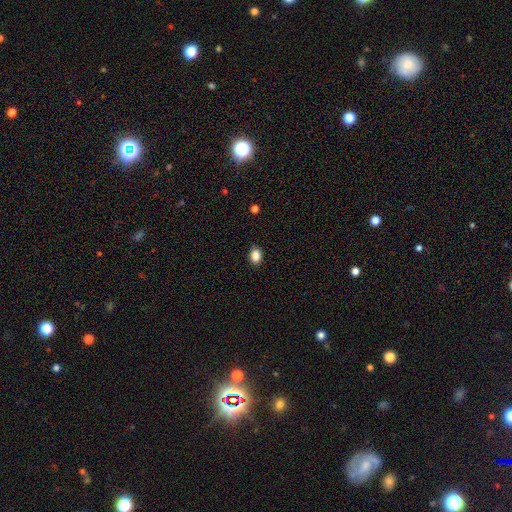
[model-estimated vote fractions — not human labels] smooth 88%, star or artifact 9%, featured or disk 3%. Down the decision tree: how rounded — in between (67%); merging — none (88%).